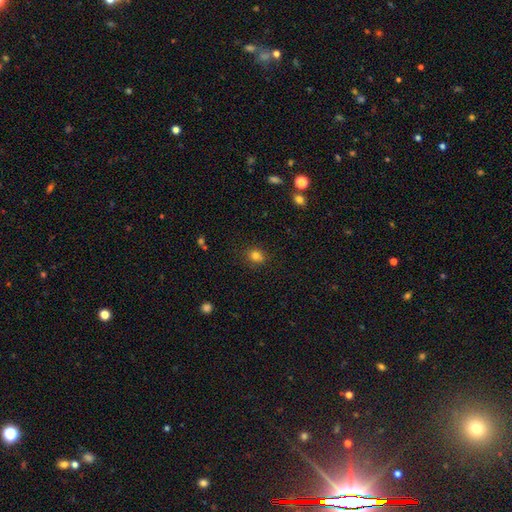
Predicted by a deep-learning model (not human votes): Smooth or featured? smooth (79%)
How rounded? round (71%)
Merging? none (79%)